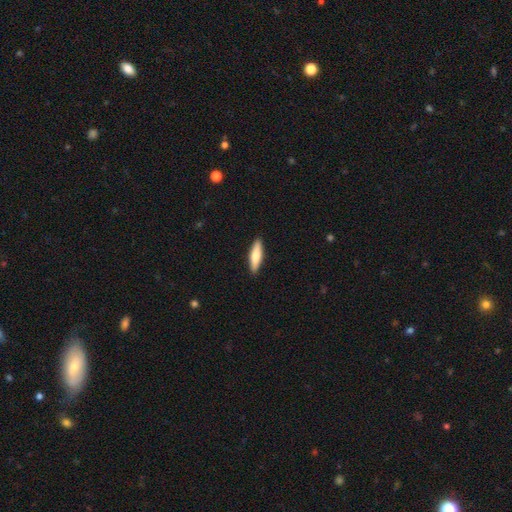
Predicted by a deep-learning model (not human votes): Smooth or featured? Predicted: smooth (p=0.73). How rounded? Predicted: cigar-shaped (p=0.67). Merging? Predicted: none (p=0.90).